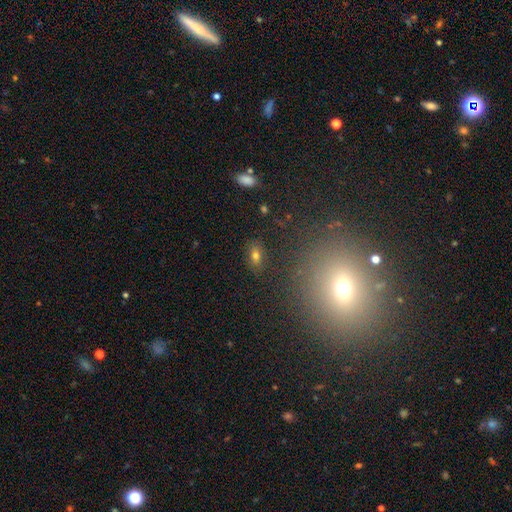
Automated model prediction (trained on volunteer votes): A smooth galaxy with no disk features (70%) that is in between round and cigar-shaped (85%). Merging: none (82%).